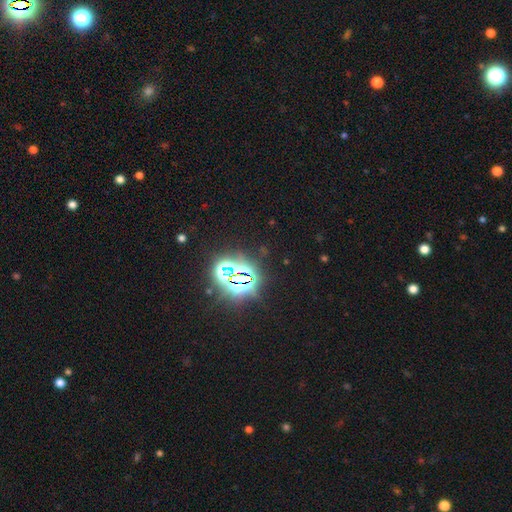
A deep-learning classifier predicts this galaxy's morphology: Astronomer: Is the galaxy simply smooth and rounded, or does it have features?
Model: star or artifact — 83%.